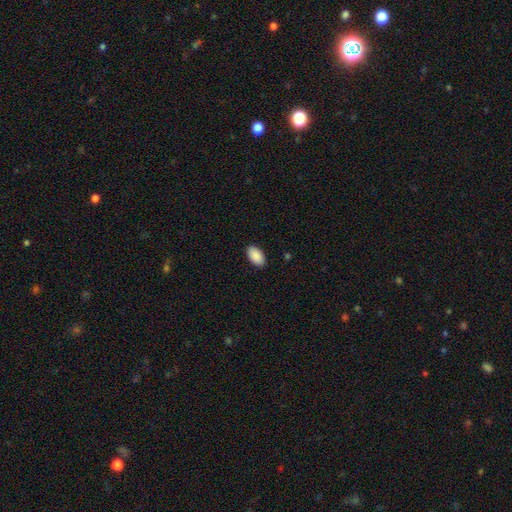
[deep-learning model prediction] Smooth or featured? Predicted: smooth (p=0.91). How rounded? Predicted: in between (p=0.95). Merging? Predicted: none (p=0.89).